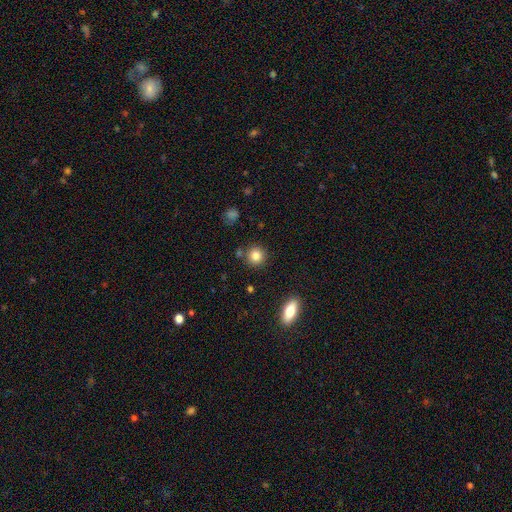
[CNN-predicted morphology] smooth 83%, star or artifact 11%, featured or disk 6%. Down the decision tree: how rounded — round (90%); merging — none (84%).